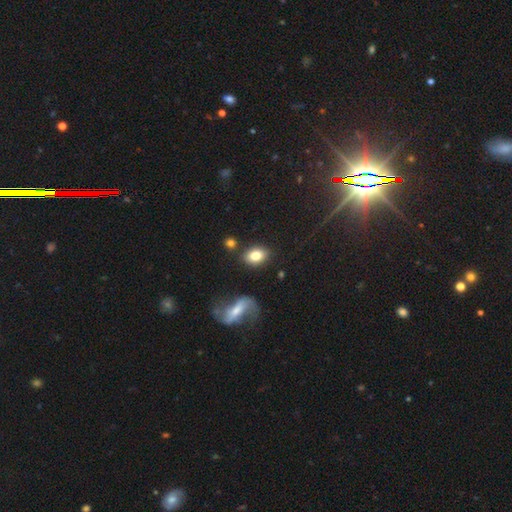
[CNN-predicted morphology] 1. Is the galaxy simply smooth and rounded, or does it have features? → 80% smooth, 12% featured or disk, 9% star or artifact.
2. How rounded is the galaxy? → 76% in between, 22% round, 2% cigar-shaped.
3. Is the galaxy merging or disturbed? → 80% none, 11% minor disturbance, 6% merger, 4% major disturbance.